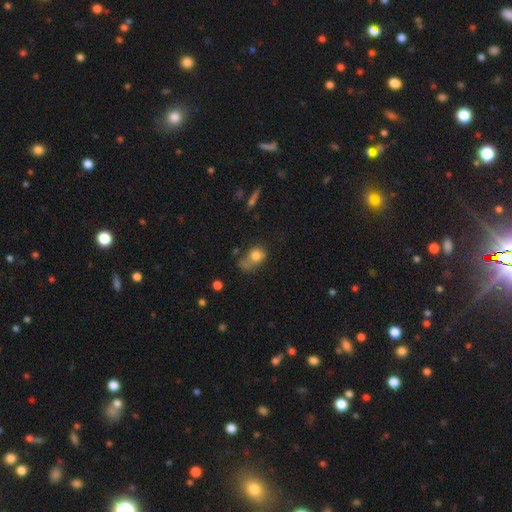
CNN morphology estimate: This is likely a smooth galaxy (76%). How rounded: possibly in between (51%). Merging: marginally none (29%).